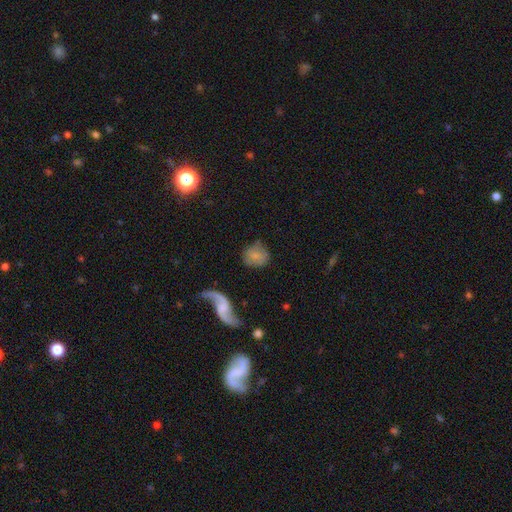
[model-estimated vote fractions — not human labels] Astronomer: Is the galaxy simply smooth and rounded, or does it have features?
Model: smooth — 55% (runner-up: featured or disk, 37%).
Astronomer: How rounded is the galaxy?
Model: round — 71%.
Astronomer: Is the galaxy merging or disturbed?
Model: none — 65%.